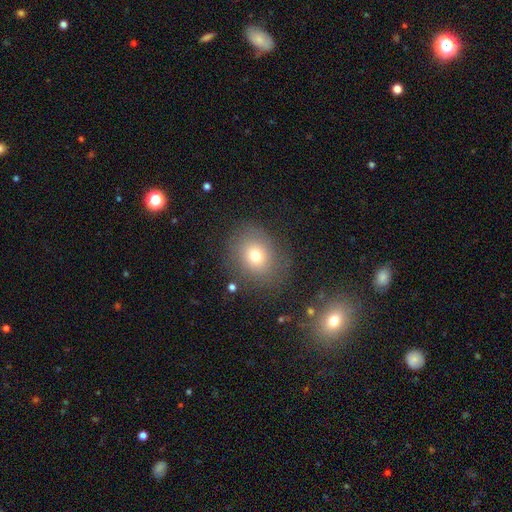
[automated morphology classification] smooth 72%, star or artifact 14%, featured or disk 14%. Down the decision tree: how rounded — round (64%); merging — none (79%).